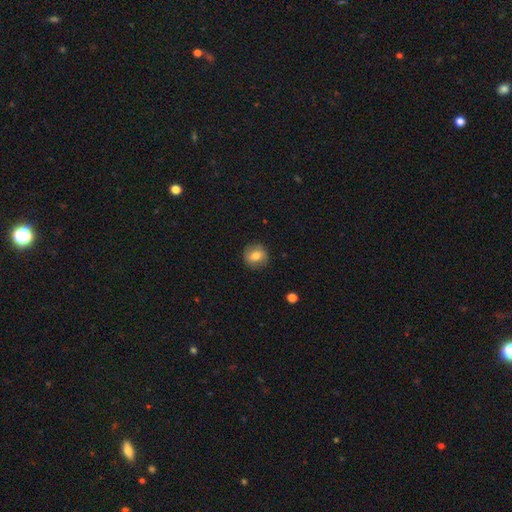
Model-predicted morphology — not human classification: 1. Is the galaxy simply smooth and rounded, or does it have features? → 69% smooth, 22% featured or disk, 9% star or artifact.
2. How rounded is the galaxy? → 84% round, 15% in between, 1% cigar-shaped.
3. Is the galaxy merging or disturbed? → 86% none, 10% minor disturbance, 3% major disturbance, 1% merger.